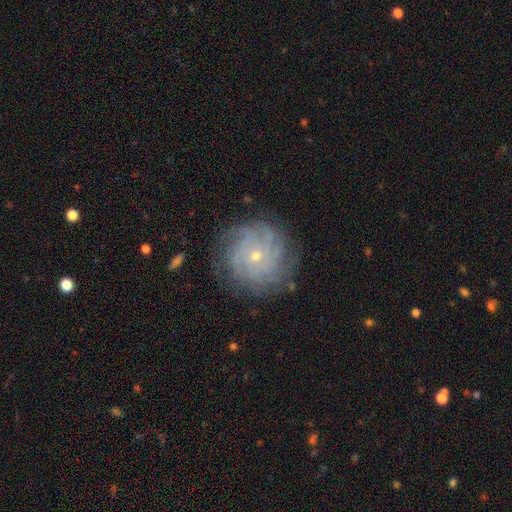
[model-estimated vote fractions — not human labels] Q: Smooth or featured?
A: featured or disk (79%); runner-up: smooth (12%)
Q: Edge-on disk?
A: no (97%); runner-up: yes (3%)
Q: Bar?
A: no (83%); runner-up: weak (14%)
Q: Spiral arms?
A: yes (95%); runner-up: no (5%)
Q: Spiral winding?
A: tight (75%); runner-up: medium (19%)
Q: Spiral arm count?
A: can't tell (30%); runner-up: more than 4 (26%)
Q: Bulge size?
A: small (75%); runner-up: moderate (22%)
Q: Merging?
A: none (81%); runner-up: minor disturbance (13%)